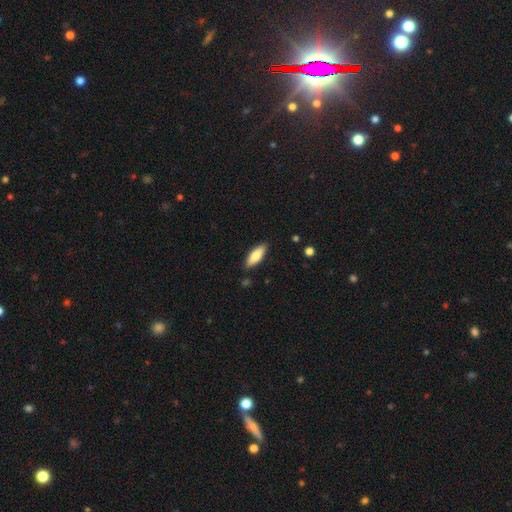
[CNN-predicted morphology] smooth-or-featured: smooth: 77% | featured or disk: 17% | star or artifact: 5%
  how-rounded: in between: 64% | cigar-shaped: 34% | round: 2%
  merging: none: 87% | minor disturbance: 9% | major disturbance: 2% | merger: 1%